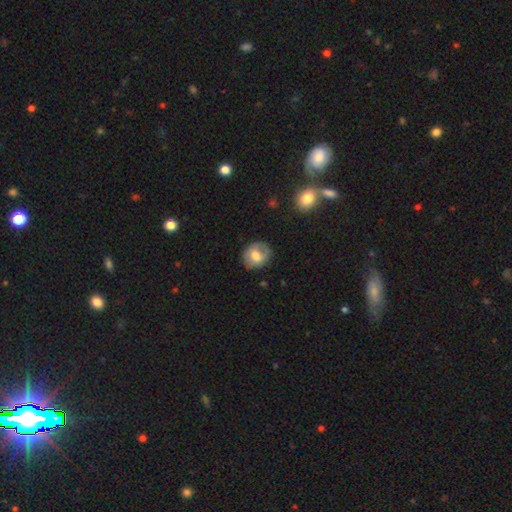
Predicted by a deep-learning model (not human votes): A smooth galaxy with no disk features (62%) that is round (67%). Merging: none (74%).